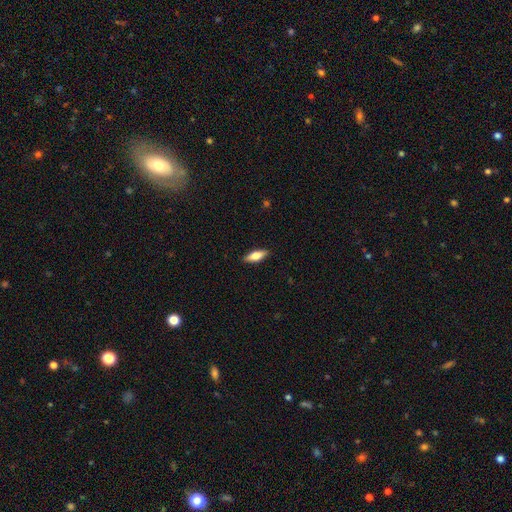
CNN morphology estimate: type=smooth (70%); roundness=in between (63%); merging=none (89%).